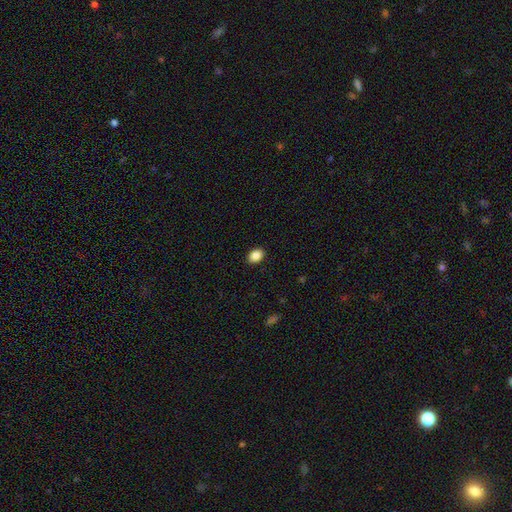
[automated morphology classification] A smooth galaxy with no disk features (87%) that is in between round and cigar-shaped (77%).

Vote fractions:
- Smooth or featured? smooth: 87% / star or artifact: 9% / featured or disk: 4%
- How rounded? in between: 77% / round: 22% / cigar-shaped: 1%
- Merging? none: 90% / minor disturbance: 8% / major disturbance: 2% / merger: 1%